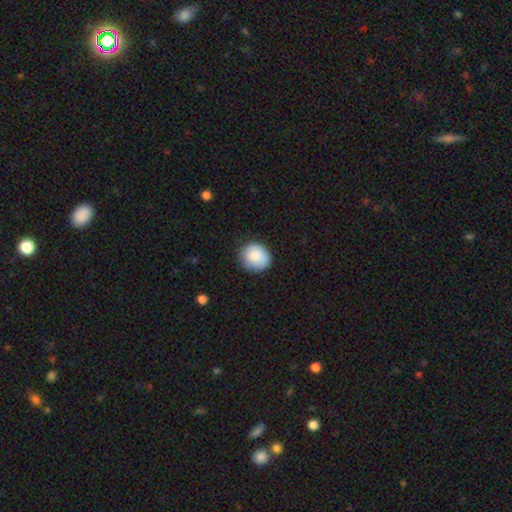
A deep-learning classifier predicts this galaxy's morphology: Overall: smooth (85%). How rounded: round (79%). Merging: none (82%).